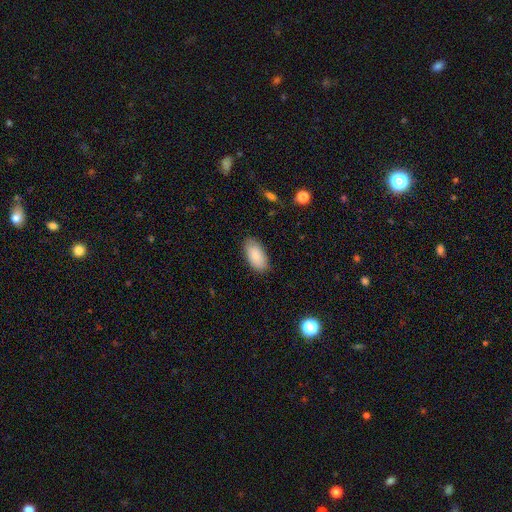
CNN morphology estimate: A smooth galaxy with no disk features (86%) that is in between round and cigar-shaped (95%). Merging: none (85%).